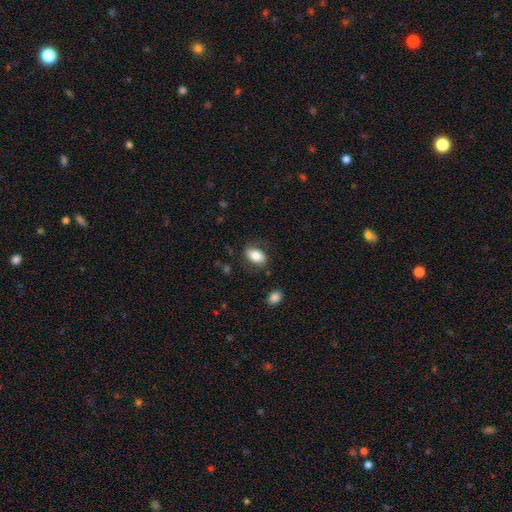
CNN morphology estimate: smooth_or_featured: smooth (p=0.78) [alt: featured or disk p=0.15]
how_rounded: in between (p=0.90) [alt: round p=0.08]
merging: none (p=0.74) [alt: minor disturbance p=0.17]